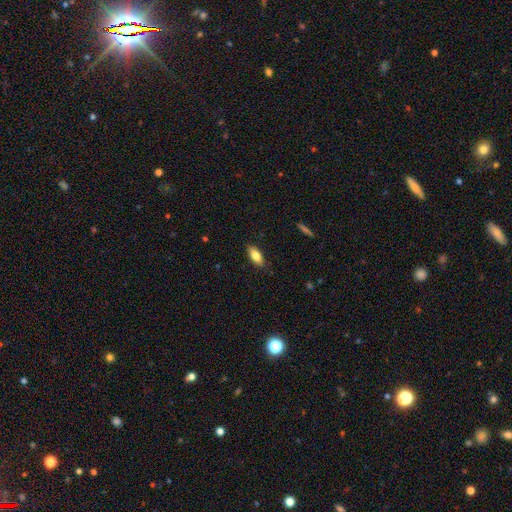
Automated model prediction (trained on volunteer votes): This appears to be a smooth galaxy with no disk features (80%) that is in between round and cigar-shaped (81%). Merging: none (86%).